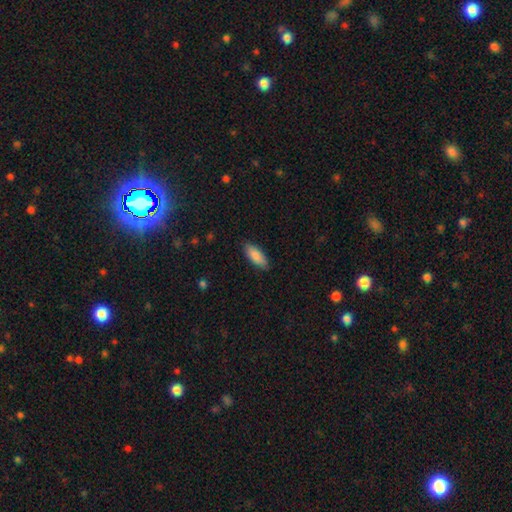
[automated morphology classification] The model was most divided on "how rounded": in between: 77%, cigar-shaped: 22%, round: 2%. More confident: smooth or featured — smooth (88%); merging — none (87%).